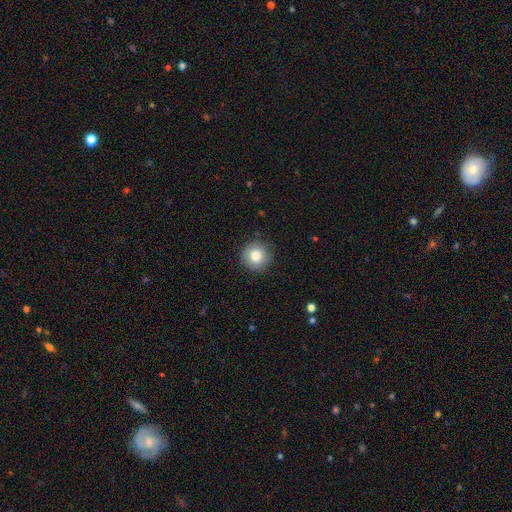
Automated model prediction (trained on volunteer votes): Smooth or featured? smooth (81%)
How rounded? round (95%)
Merging? none (89%)